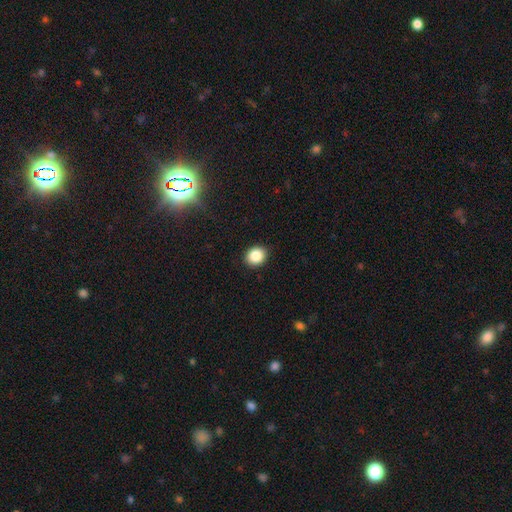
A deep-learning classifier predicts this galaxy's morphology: A smooth galaxy with no disk features (86%) that is round (68%). Merging: none (91%).